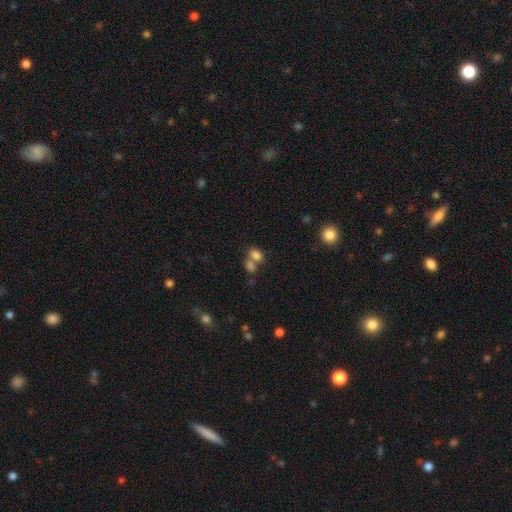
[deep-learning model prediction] This appears to be a smooth galaxy with no disk features (45%). Merging: none (55%).